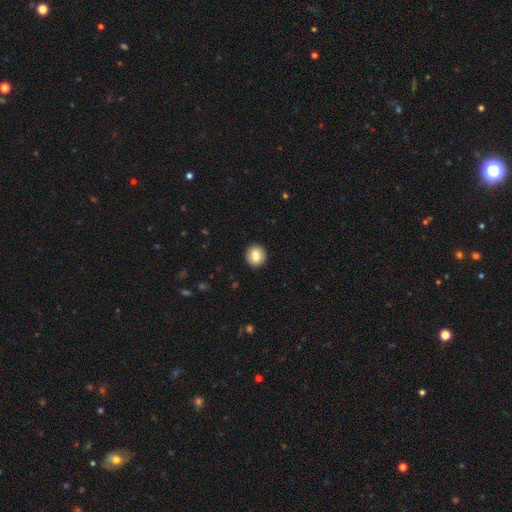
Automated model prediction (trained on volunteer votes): This appears to be a smooth galaxy with no disk features (83%) that is round (88%). Merging: none (92%).